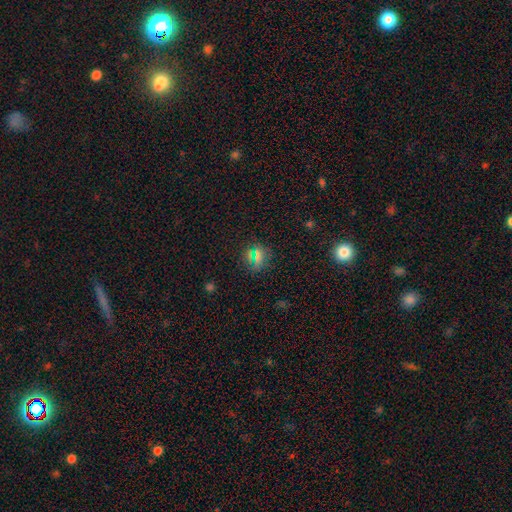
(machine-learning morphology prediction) A smooth galaxy with no disk features (57%) that is round (76%). Merging: none (83%).